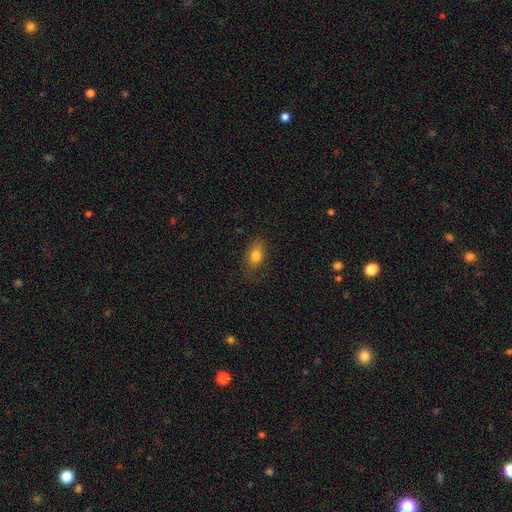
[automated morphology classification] Smooth or featured?
  - smooth: 79% *
  - featured or disk: 11%
  - star or artifact: 9%
How rounded?
  - in between: 82% *
  - round: 14%
  - cigar-shaped: 4%
Merging?
  - none: 73% *
  - minor disturbance: 20%
  - major disturbance: 6%
  - merger: 1%